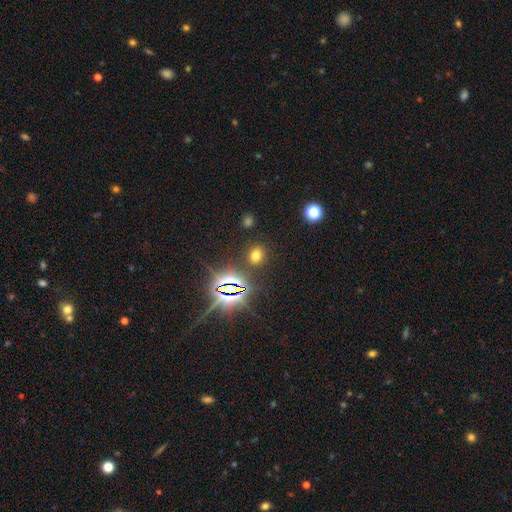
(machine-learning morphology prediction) This is possibly a smooth galaxy (58%). How rounded: possibly in between (50%). Merging: clearly none (85%).